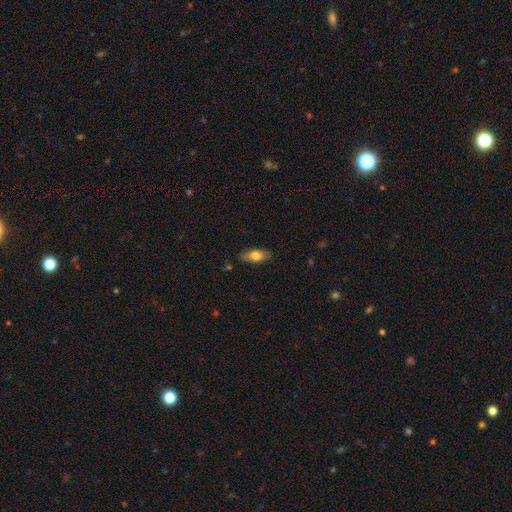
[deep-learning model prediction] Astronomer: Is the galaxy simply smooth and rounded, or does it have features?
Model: smooth — 70%.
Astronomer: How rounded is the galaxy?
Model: in between — 76%.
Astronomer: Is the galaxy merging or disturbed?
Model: none — 85%.